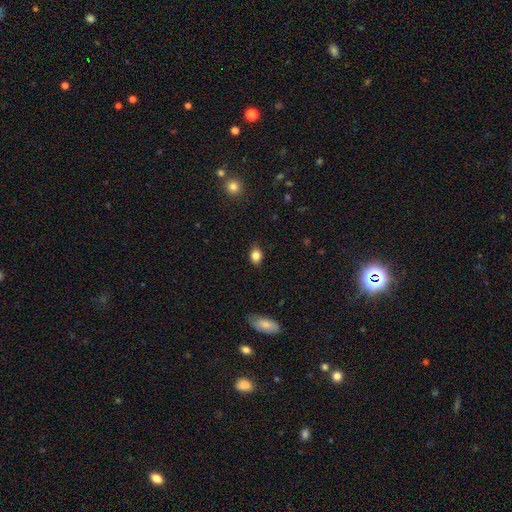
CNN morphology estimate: smooth_or_featured: smooth (p=0.83) [alt: star or artifact p=0.09]
how_rounded: in between (p=0.72) [alt: round p=0.26]
merging: none (p=0.85) [alt: minor disturbance p=0.11]